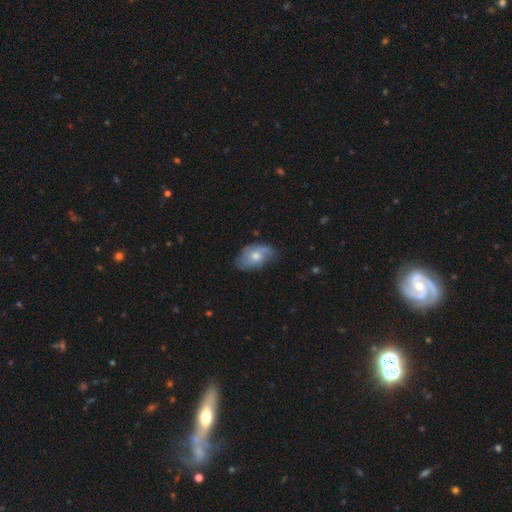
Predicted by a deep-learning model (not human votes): This appears to be a featured or disk galaxy (51%). Merging: none (56%).